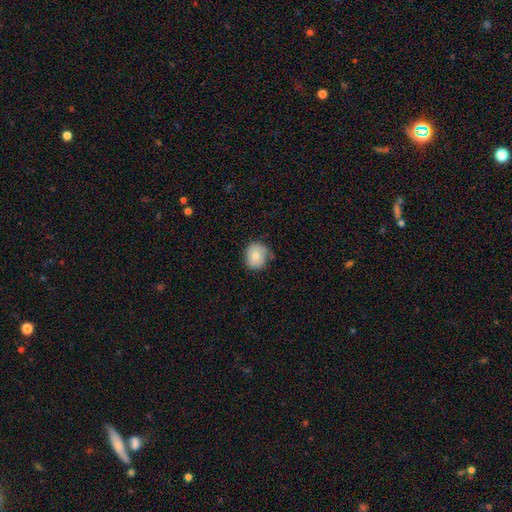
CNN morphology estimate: smooth-or-featured: smooth: 78% | featured or disk: 14% | star or artifact: 8%
  how-rounded: round: 78% | in between: 22% | cigar-shaped: 1%
  merging: none: 73% | minor disturbance: 21% | major disturbance: 4% | merger: 3%